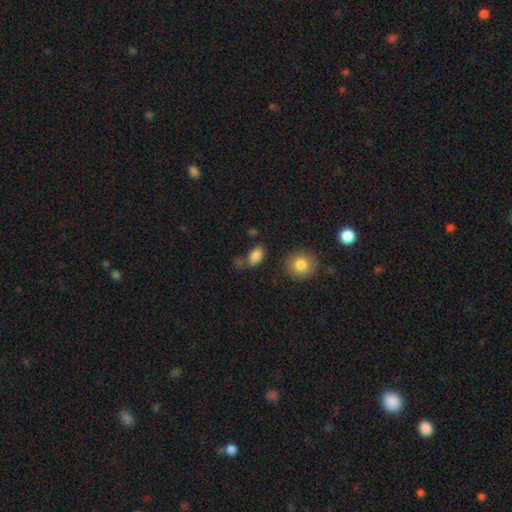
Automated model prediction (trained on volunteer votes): Overall: smooth (85%). How rounded: in between (89%). Merging: none (65%).